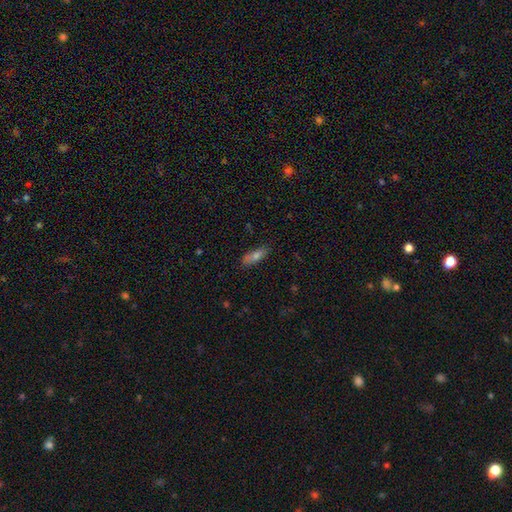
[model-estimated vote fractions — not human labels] Smooth or featured? Predicted: smooth (p=0.70). How rounded? Predicted: in between (p=0.54). Merging? Predicted: none (p=0.78).